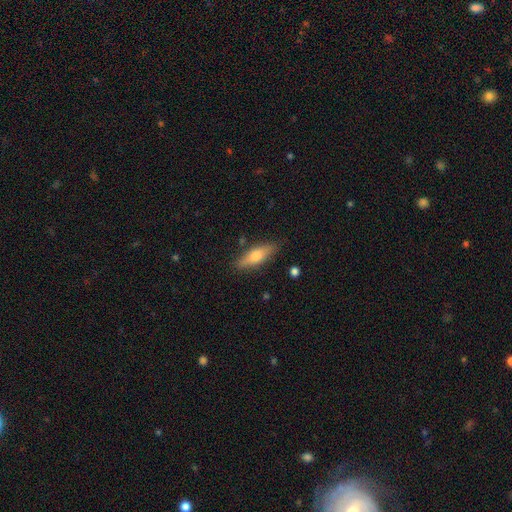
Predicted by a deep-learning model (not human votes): smooth-or-featured: smooth: 61% | featured or disk: 33% | star or artifact: 6%
  how-rounded: cigar-shaped: 51% | in between: 46% | round: 2%
  merging: none: 84% | minor disturbance: 12% | major disturbance: 2% | merger: 2%